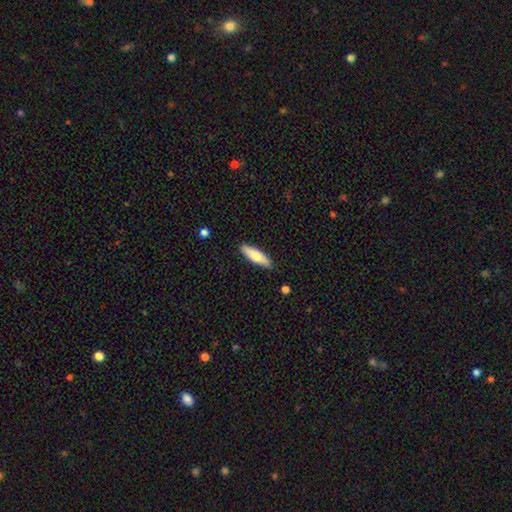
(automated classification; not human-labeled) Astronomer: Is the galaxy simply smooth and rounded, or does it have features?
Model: smooth — 69%.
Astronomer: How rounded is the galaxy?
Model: cigar-shaped — 54% (runner-up: in between, 44%).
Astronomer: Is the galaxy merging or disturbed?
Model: none — 88%.